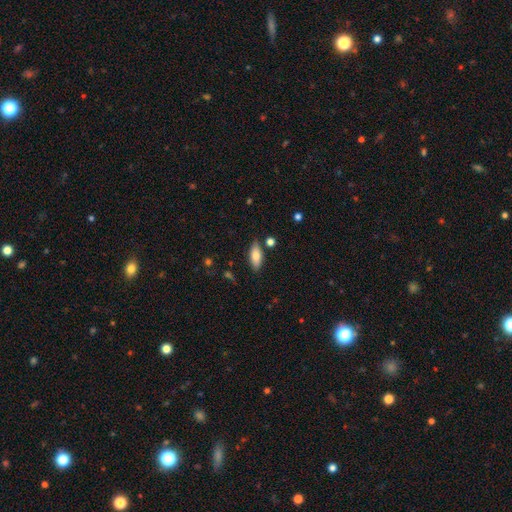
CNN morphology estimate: This is likely a smooth galaxy (75%). How rounded: likely in between (78%). Merging: clearly none (82%).